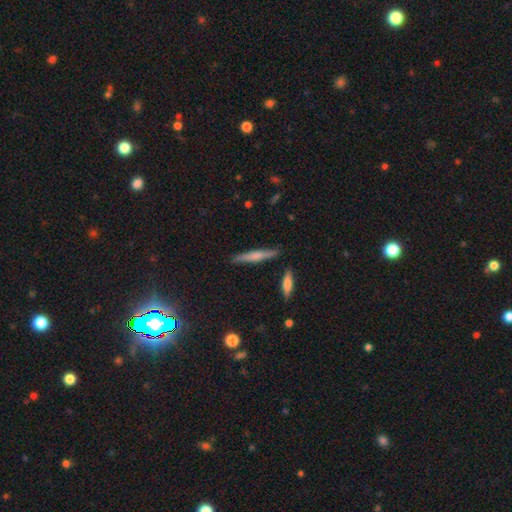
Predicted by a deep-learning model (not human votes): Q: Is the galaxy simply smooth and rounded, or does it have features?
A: smooth — 50%.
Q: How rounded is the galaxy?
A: cigar-shaped — 92%.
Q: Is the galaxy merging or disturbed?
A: none — 87%.